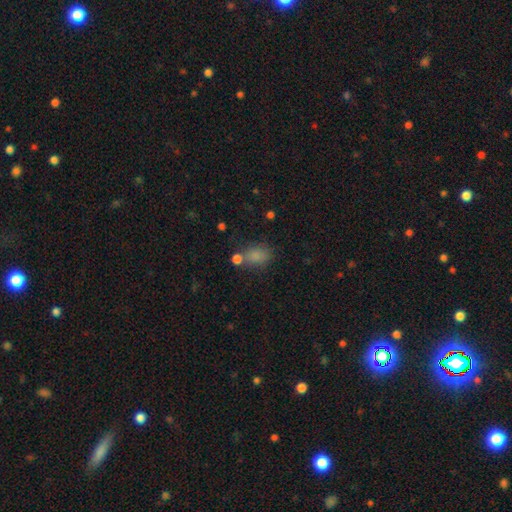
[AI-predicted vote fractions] Morphology: type=smooth (80%); roundness=in between (70%); merging=none (58%).